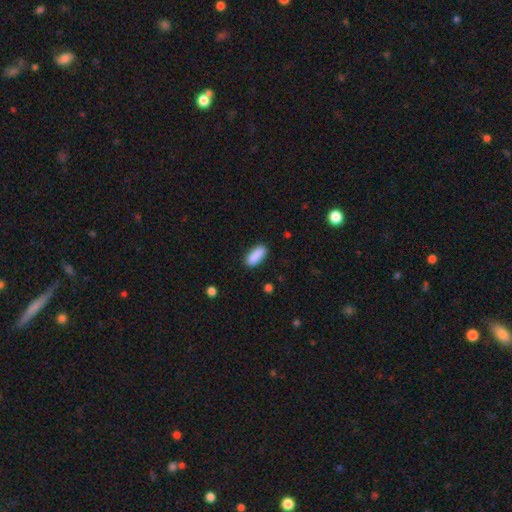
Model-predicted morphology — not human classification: This appears to be a smooth galaxy with no disk features (90%) that is in between round and cigar-shaped (78%). Merging: none (86%).